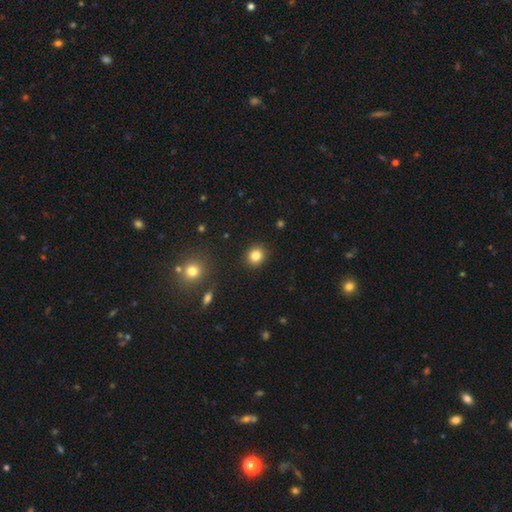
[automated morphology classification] Overall: smooth (83%). How rounded: round (83%). Merging: none (91%).